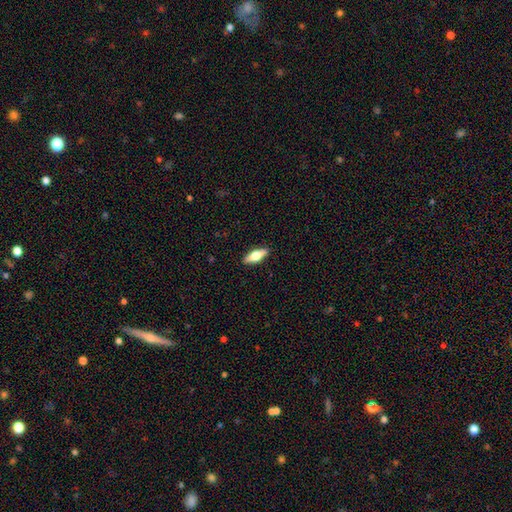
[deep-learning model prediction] Smooth or featured?
  - smooth: 48% *
  - featured or disk: 46%
  - star or artifact: 6%
Merging?
  - none: 90% *
  - minor disturbance: 7%
  - major disturbance: 2%
  - merger: 1%